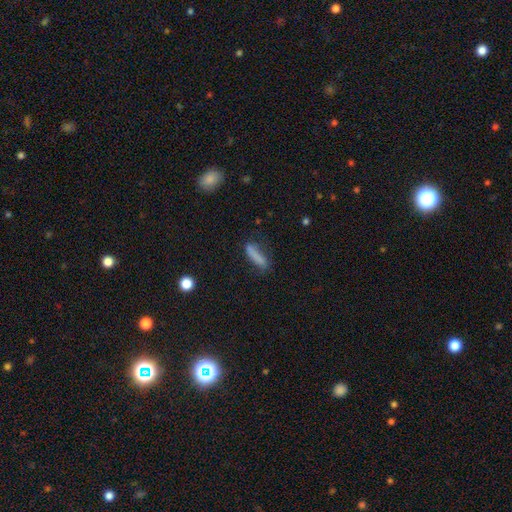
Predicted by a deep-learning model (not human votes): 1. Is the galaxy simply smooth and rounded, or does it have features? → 77% smooth, 14% featured or disk, 10% star or artifact.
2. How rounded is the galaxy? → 69% cigar-shaped, 28% in between, 3% round.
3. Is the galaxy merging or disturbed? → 57% none, 26% minor disturbance, 12% major disturbance, 5% merger.